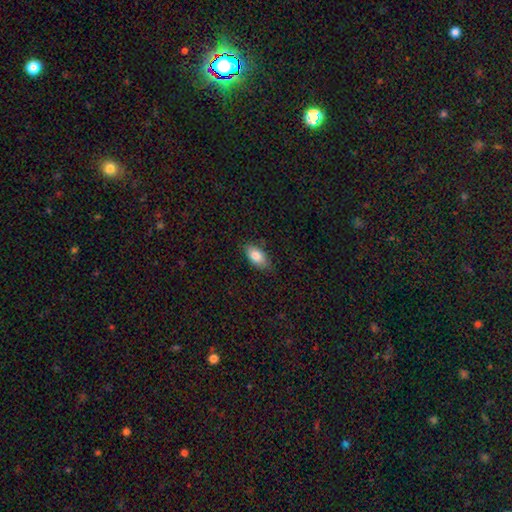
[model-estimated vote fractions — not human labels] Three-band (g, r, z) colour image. It shows a smooth galaxy with no disk features (84%) that is in between round and cigar-shaped (91%). Merging: none (79%).